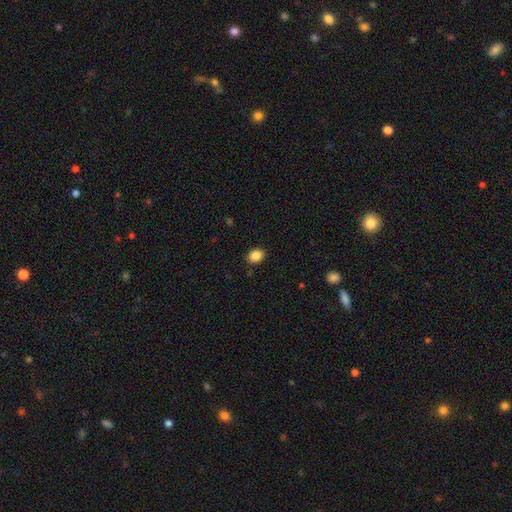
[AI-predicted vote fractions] This is clearly a smooth galaxy (87%). How rounded: likely in between (61%). Merging: clearly none (86%).